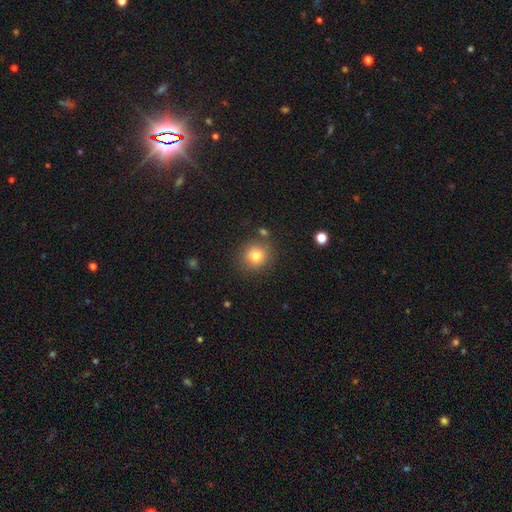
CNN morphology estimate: This appears to be a smooth galaxy with no disk features (79%) that is round (85%). Merging: none (82%).